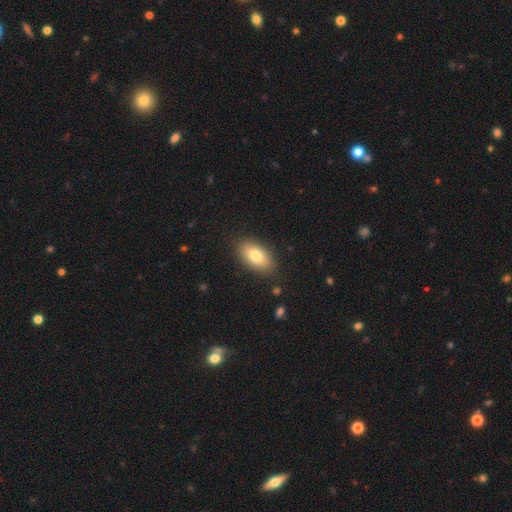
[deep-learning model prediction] This appears to be a smooth galaxy with no disk features (80%) that is in between round and cigar-shaped (92%). Merging: none (86%).